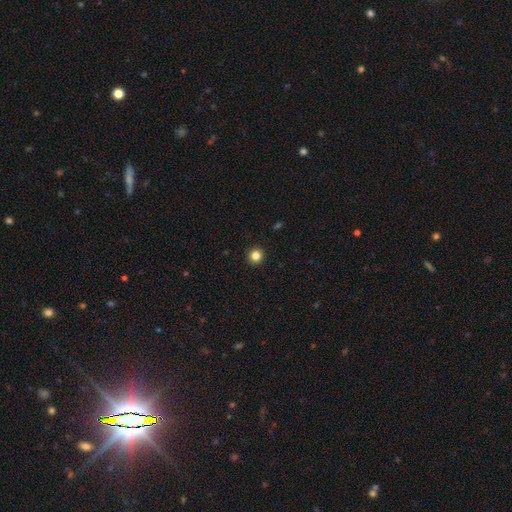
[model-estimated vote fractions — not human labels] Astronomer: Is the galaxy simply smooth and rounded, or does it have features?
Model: smooth — 84%.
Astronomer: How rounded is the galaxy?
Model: round — 95%.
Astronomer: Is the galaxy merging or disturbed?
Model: none — 94%.